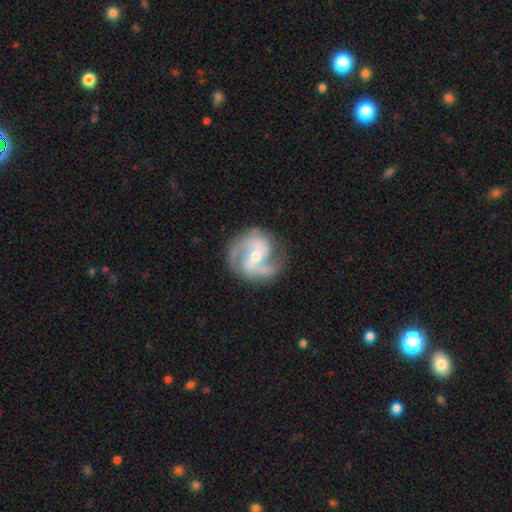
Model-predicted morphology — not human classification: This appears to be a featured or disk galaxy (88%) with a weak bar (42%), 2 (80%) medium (56%) spiral arms (97%) and a small central bulge (51%). Merging: none (75%).